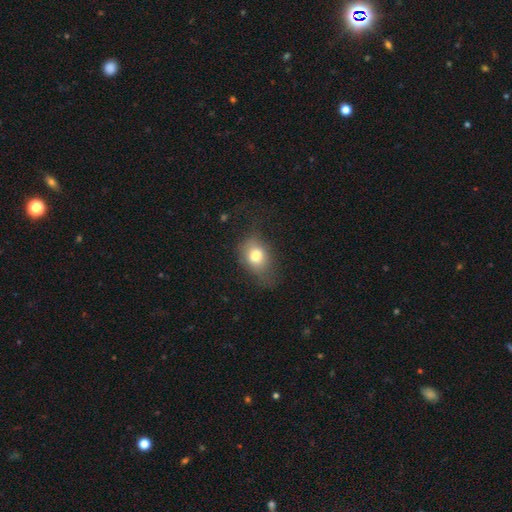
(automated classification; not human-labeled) Smooth or featured? smooth (75%)
How rounded? in between (64%)
Merging? none (47%)